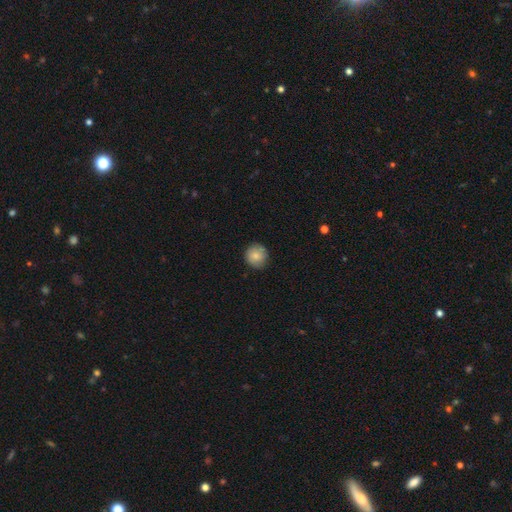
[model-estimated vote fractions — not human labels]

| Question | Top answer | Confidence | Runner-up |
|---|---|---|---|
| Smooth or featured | smooth | 83% | featured or disk (10%) |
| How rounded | round | 93% | in between (6%) |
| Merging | none | 87% | minor disturbance (10%) |